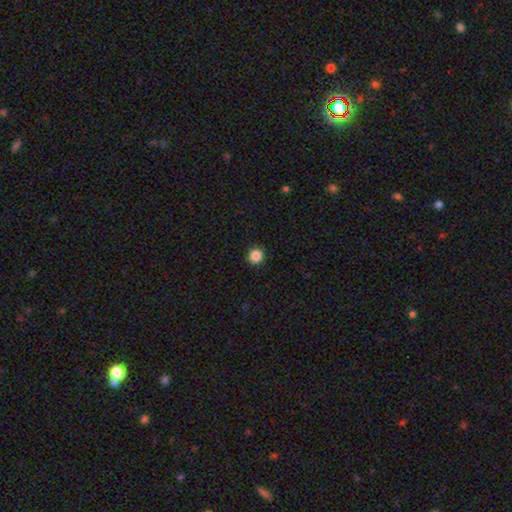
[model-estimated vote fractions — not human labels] A smooth galaxy with no disk features (86%) that is round (95%).

Vote fractions:
- Smooth or featured? smooth: 86% / star or artifact: 11% / featured or disk: 3%
- How rounded? round: 95% / in between: 4% / cigar-shaped: 1%
- Merging? none: 93% / minor disturbance: 5% / major disturbance: 2% / merger: 1%